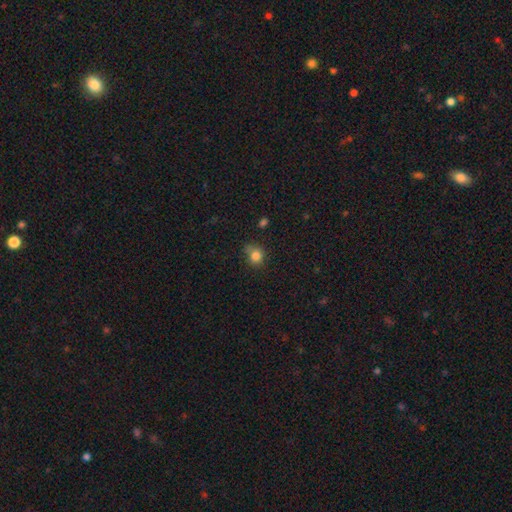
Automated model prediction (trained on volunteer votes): Morphology: type=smooth (82%); roundness=round (74%); merging=none (61%).